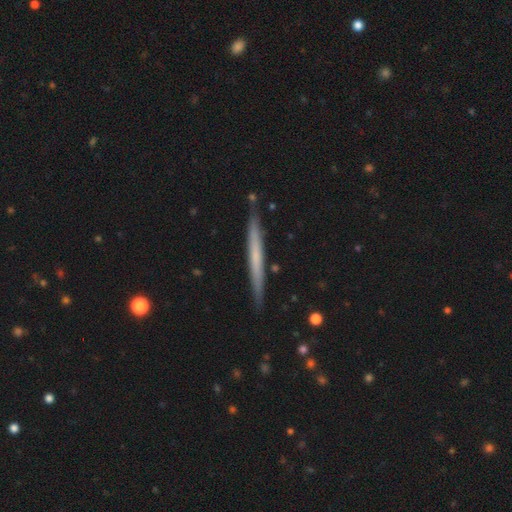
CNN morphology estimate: A smooth galaxy with no disk features (47%, tied with featured or disk). Merging: none (89%).